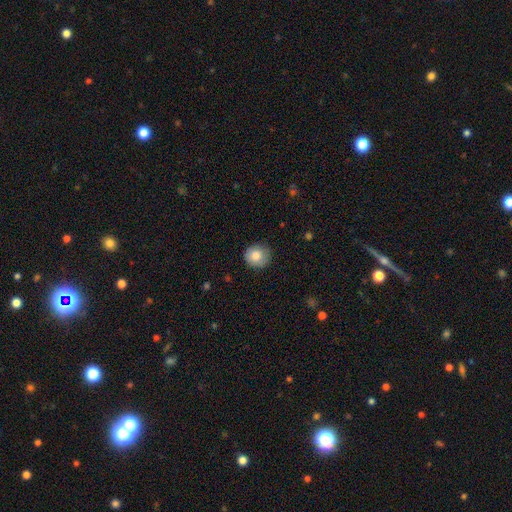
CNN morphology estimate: A smooth galaxy with no disk features (83%) that is round (89%). Merging: none (82%).